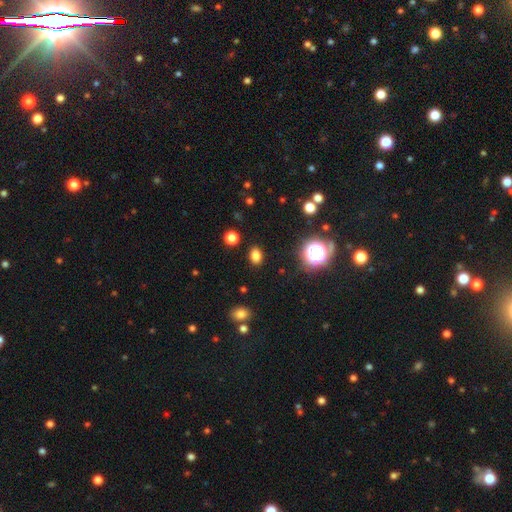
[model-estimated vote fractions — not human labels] Smooth or featured: smooth — 80% (star or artifact — 15%)
How rounded: in between — 70% (round — 28%)
Merging: none — 88% (minor disturbance — 8%)